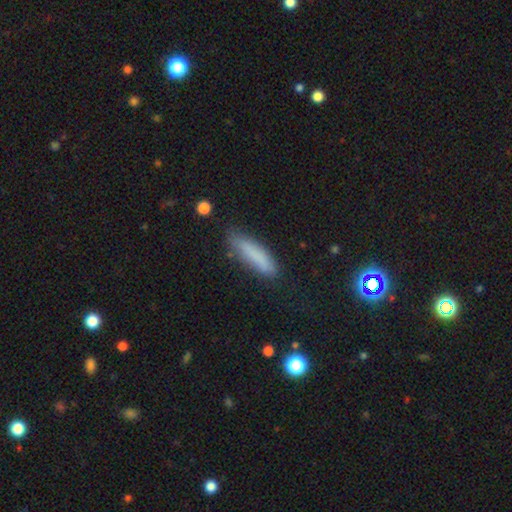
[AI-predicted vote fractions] smooth_or_featured: smooth (p=0.81) [alt: featured or disk p=0.11]
how_rounded: cigar-shaped (p=0.76) [alt: in between p=0.22]
merging: none (p=0.78) [alt: minor disturbance p=0.16]